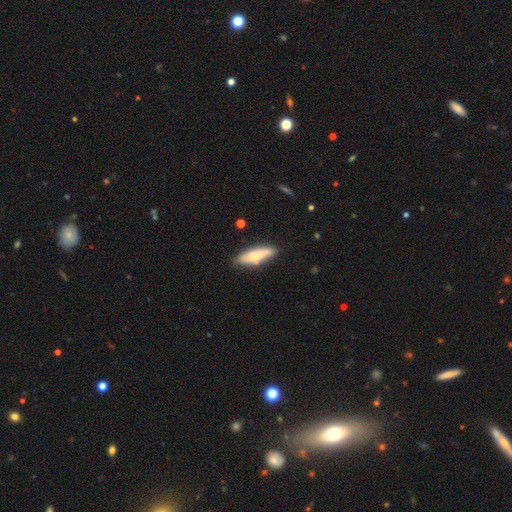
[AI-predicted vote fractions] Smooth or featured? smooth (67%)
How rounded? cigar-shaped (58%)
Merging? none (78%)